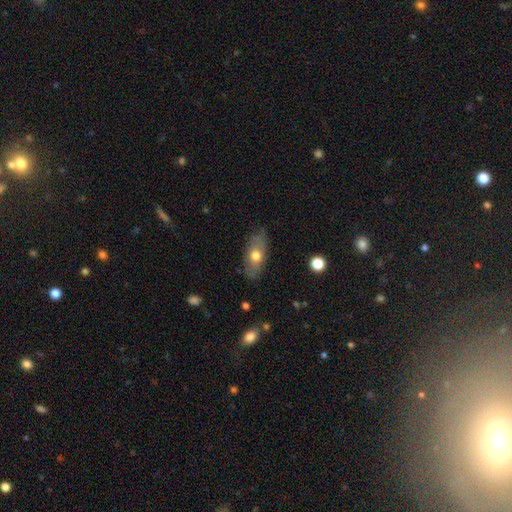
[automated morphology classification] Smooth or featured? Predicted: smooth (p=0.62). How rounded? Predicted: in between (p=0.82). Merging? Predicted: none (p=0.80).